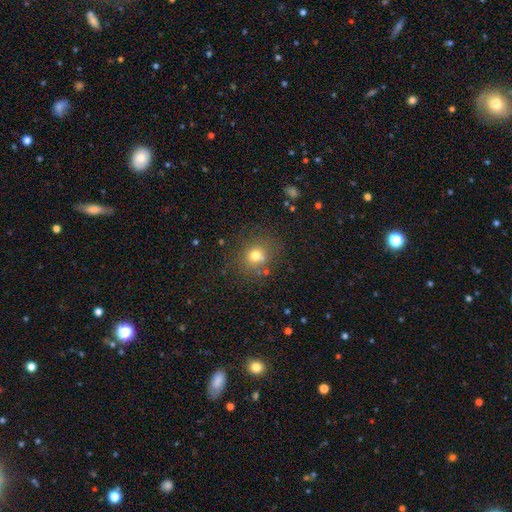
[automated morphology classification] Q: Smooth or featured?
A: smooth (72%); runner-up: star or artifact (17%)
Q: How rounded?
A: round (82%); runner-up: in between (17%)
Q: Merging?
A: none (76%); runner-up: minor disturbance (12%)